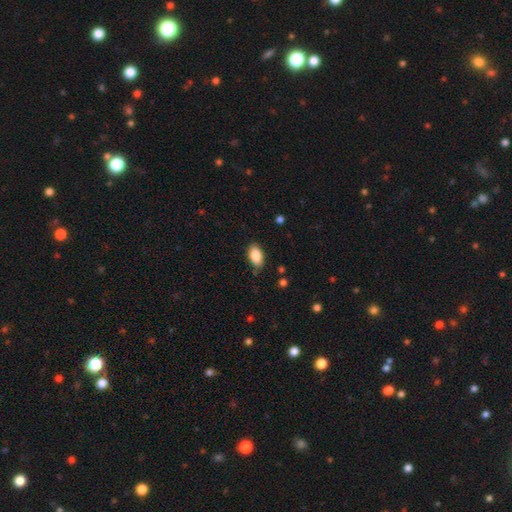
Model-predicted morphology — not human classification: Smooth or featured? Predicted: smooth (p=0.88). How rounded? Predicted: in between (p=0.94). Merging? Predicted: none (p=0.84).